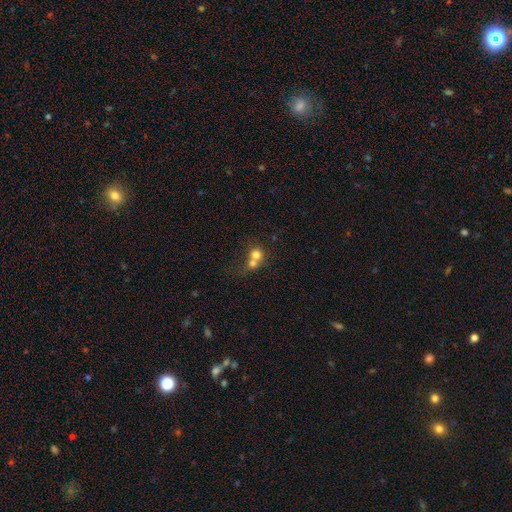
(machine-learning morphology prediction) type=smooth (72%); roundness=round (82%); merging=merger (65%).